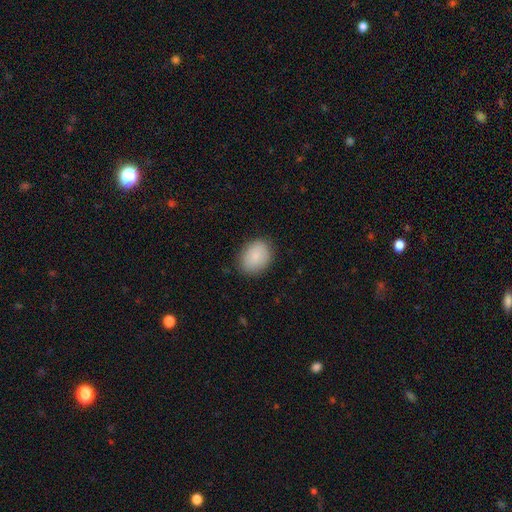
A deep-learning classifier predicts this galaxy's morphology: Smooth or featured: smooth — 86% (featured or disk — 8%)
How rounded: in between — 68% (round — 31%)
Merging: none — 84% (minor disturbance — 12%)